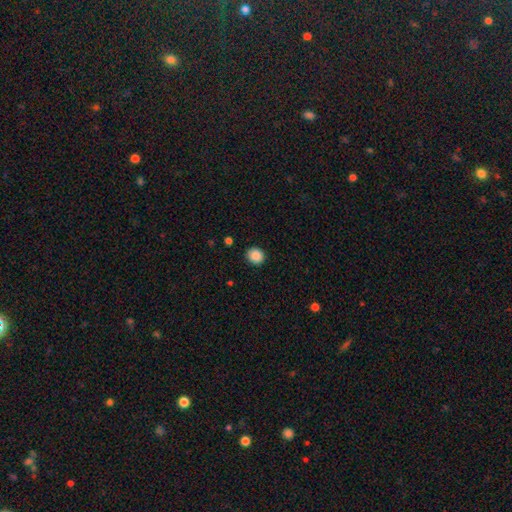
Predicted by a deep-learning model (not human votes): Smooth or featured: smooth — 88% (star or artifact — 9%)
How rounded: round — 81% (in between — 18%)
Merging: none — 89% (minor disturbance — 7%)